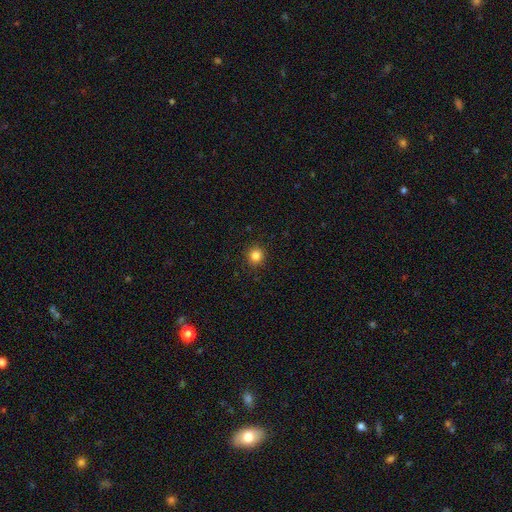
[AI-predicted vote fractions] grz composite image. It shows a smooth galaxy with no disk features (85%) that is round (92%). Merging: none (91%).